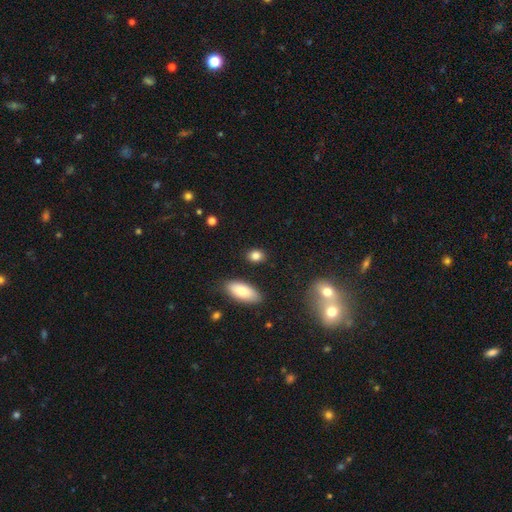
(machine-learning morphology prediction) Smooth or featured: smooth — 84% (star or artifact — 10%)
How rounded: in between — 62% (round — 35%)
Merging: none — 84% (minor disturbance — 10%)